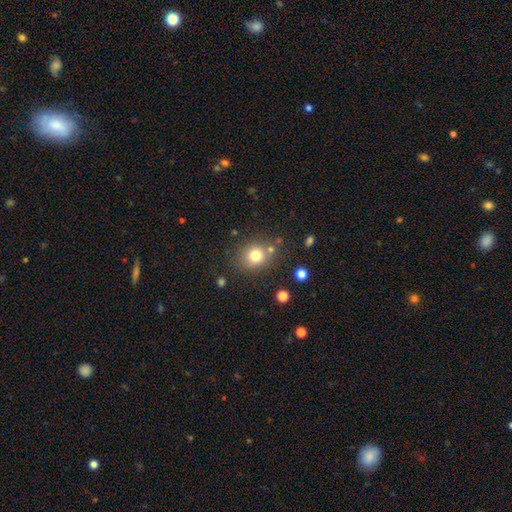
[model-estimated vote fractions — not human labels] A smooth galaxy with no disk features (78%) that is round (78%).

Vote fractions:
- Smooth or featured? smooth: 78% / star or artifact: 13% / featured or disk: 9%
- How rounded? round: 78% / in between: 22% / cigar-shaped: 1%
- Merging? none: 75% / minor disturbance: 12% / merger: 8% / major disturbance: 5%